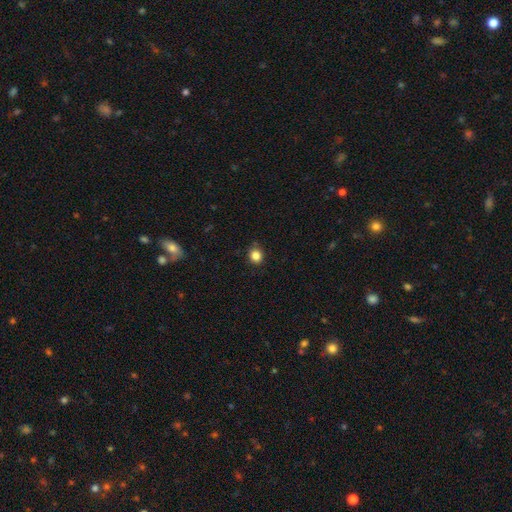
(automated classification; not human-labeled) smooth-or-featured: smooth: 85% | star or artifact: 11% | featured or disk: 4%
  how-rounded: round: 82% | in between: 17% | cigar-shaped: 1%
  merging: none: 87% | minor disturbance: 10% | major disturbance: 2% | merger: 1%